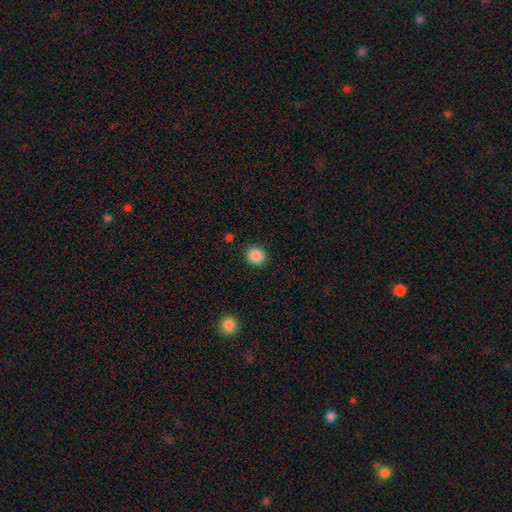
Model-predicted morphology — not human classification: This is clearly a smooth galaxy (88%). How rounded: likely round (77%). Merging: clearly none (88%).